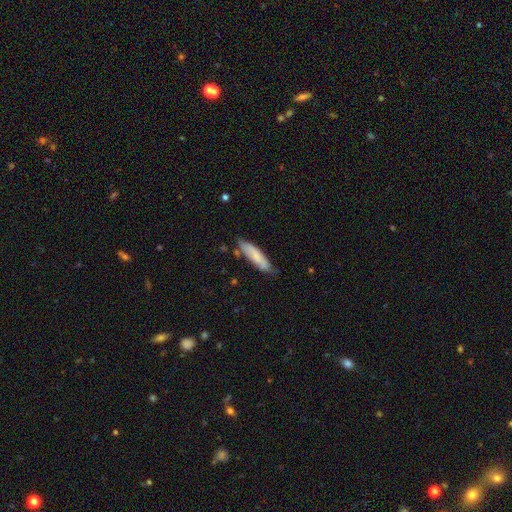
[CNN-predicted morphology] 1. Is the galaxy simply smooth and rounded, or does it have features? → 71% smooth, 23% featured or disk, 6% star or artifact.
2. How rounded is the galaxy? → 71% cigar-shaped, 28% in between, 1% round.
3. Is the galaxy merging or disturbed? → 70% none, 22% minor disturbance, 4% major disturbance, 4% merger.